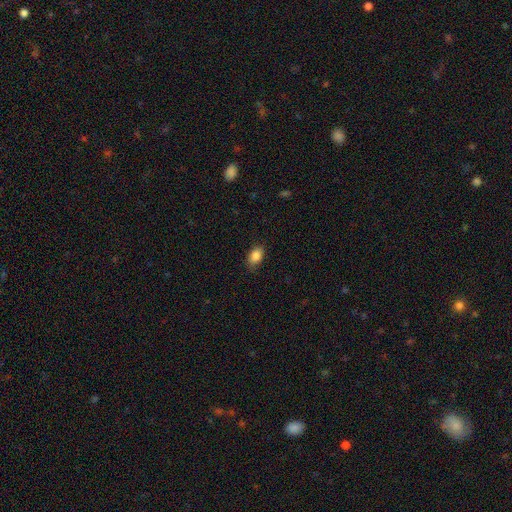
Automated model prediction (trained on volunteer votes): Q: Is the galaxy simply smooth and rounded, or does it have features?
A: smooth — 86%.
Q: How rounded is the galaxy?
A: in between — 83%.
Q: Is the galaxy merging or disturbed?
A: none — 83%.